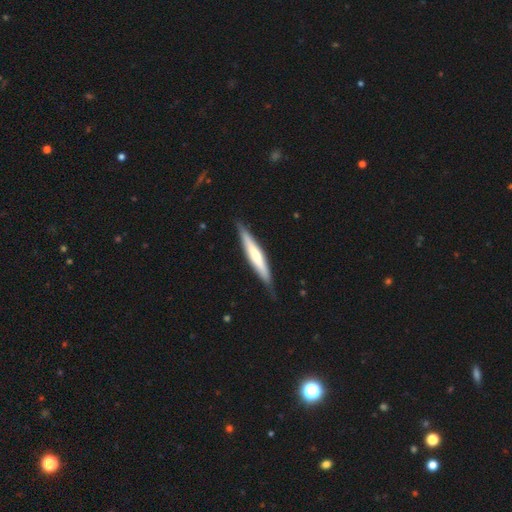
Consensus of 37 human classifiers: This appears to be a smooth galaxy with no disk features (57%) that is cigar-shaped (86%). Merging: none (78%).